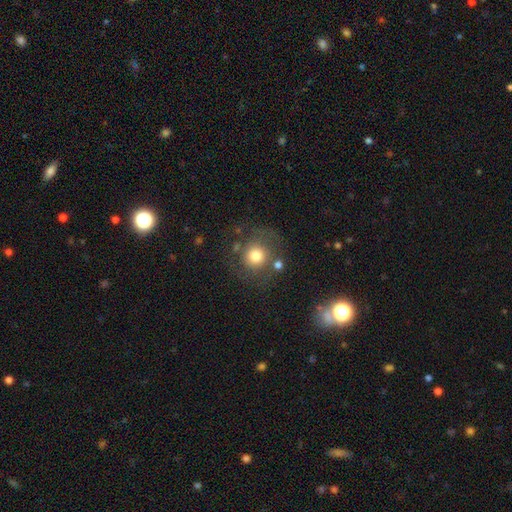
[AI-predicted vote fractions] smooth-or-featured: smooth: 67% | featured or disk: 21% | star or artifact: 11%
  how-rounded: round: 91% | in between: 8% | cigar-shaped: 1%
  merging: none: 68% | minor disturbance: 15% | major disturbance: 10% | merger: 7%